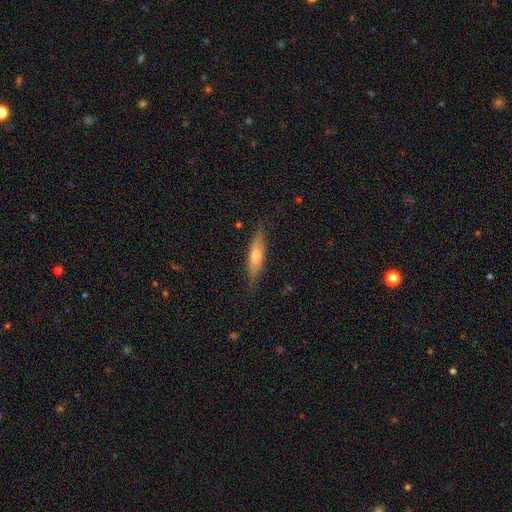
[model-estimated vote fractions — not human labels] Smooth or featured? Predicted: smooth (p=0.61). How rounded? Predicted: cigar-shaped (p=0.73). Merging? Predicted: none (p=0.81).